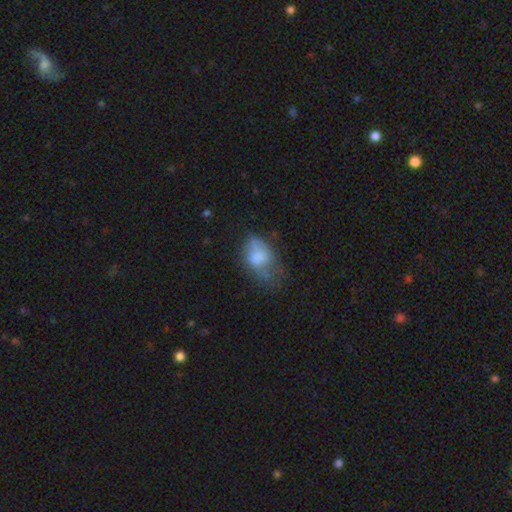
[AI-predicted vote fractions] smooth 61%, featured or disk 29%, star or artifact 10%. Down the decision tree: how rounded — in between (84%); merging — minor disturbance (34%, tied with none).